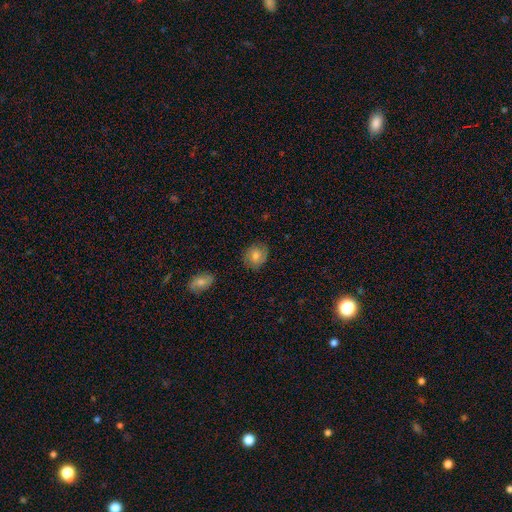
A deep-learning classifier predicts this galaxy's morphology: A smooth galaxy with no disk features (72%) that is round (64%).

Vote fractions:
- Smooth or featured? smooth: 72% / featured or disk: 19% / star or artifact: 9%
- How rounded? round: 64% / in between: 35% / cigar-shaped: 1%
- Merging? none: 80% / minor disturbance: 15% / major disturbance: 3% / merger: 2%